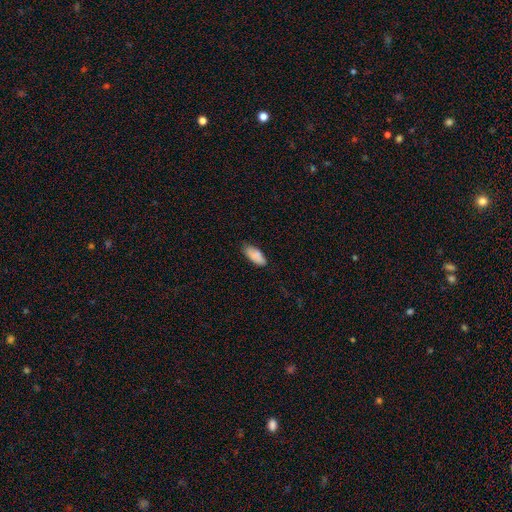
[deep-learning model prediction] This is clearly a smooth galaxy (87%). How rounded: clearly in between (85%). Merging: clearly none (80%).